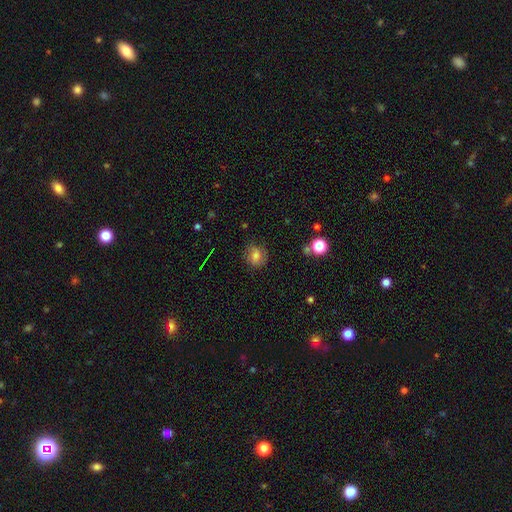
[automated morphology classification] smooth-or-featured: smooth: 70% | featured or disk: 17% | star or artifact: 13%
  how-rounded: round: 68% | in between: 30% | cigar-shaped: 1%
  merging: none: 75% | minor disturbance: 17% | major disturbance: 6% | merger: 2%